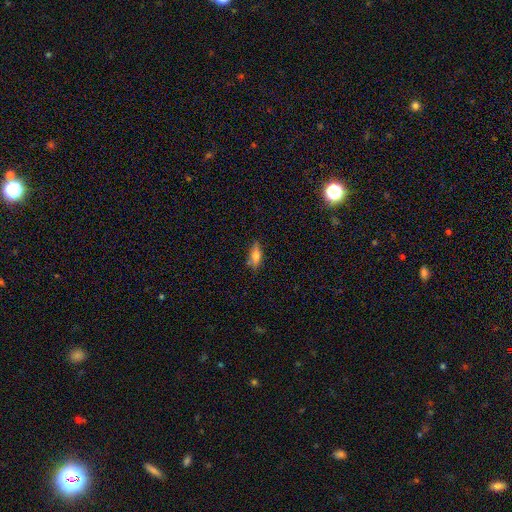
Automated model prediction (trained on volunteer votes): Smooth or featured: smooth — 66% (featured or disk — 26%)
How rounded: in between — 67% (cigar-shaped — 30%)
Merging: none — 76% (minor disturbance — 17%)